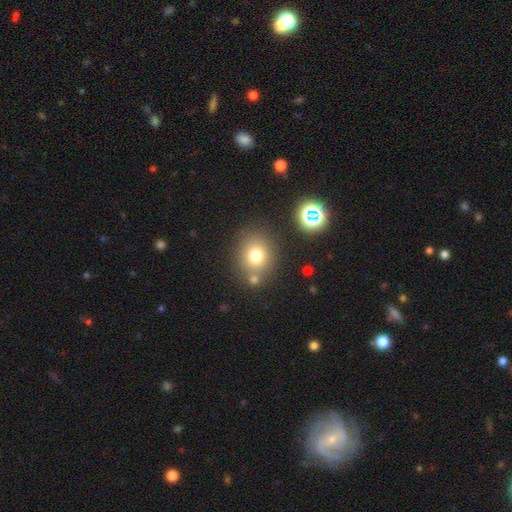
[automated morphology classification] type=smooth (76%); roundness=round (67%); merging=none (71%).